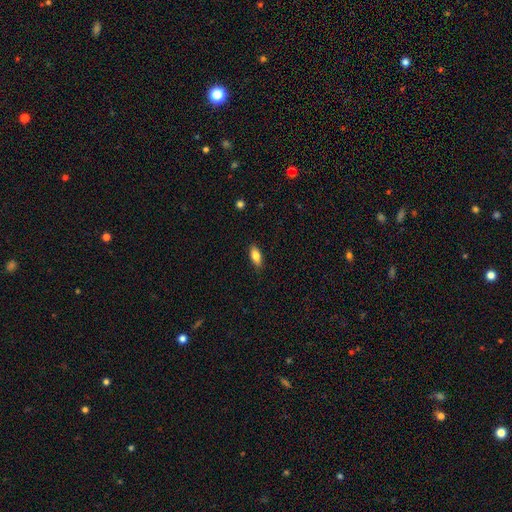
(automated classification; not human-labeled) smooth-or-featured: smooth: 82% | featured or disk: 11% | star or artifact: 7%
  how-rounded: in between: 84% | cigar-shaped: 12% | round: 3%
  merging: none: 85% | minor disturbance: 11% | major disturbance: 2% | merger: 1%